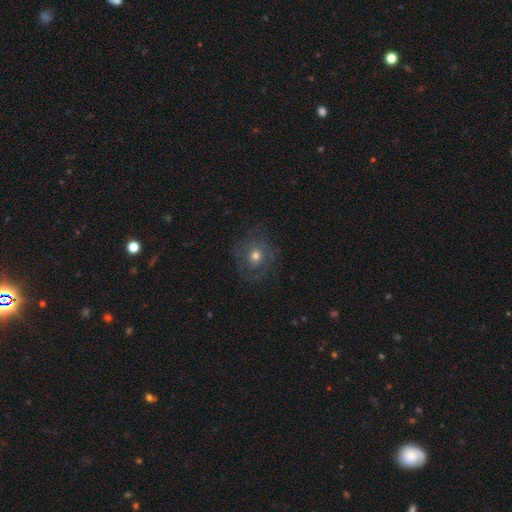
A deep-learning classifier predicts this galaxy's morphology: smooth-or-featured: featured or disk: 43% (tied) | smooth: 43% (tied) | star or artifact: 13%
  merging: none: 73% | minor disturbance: 16% | major disturbance: 10% | merger: 1%